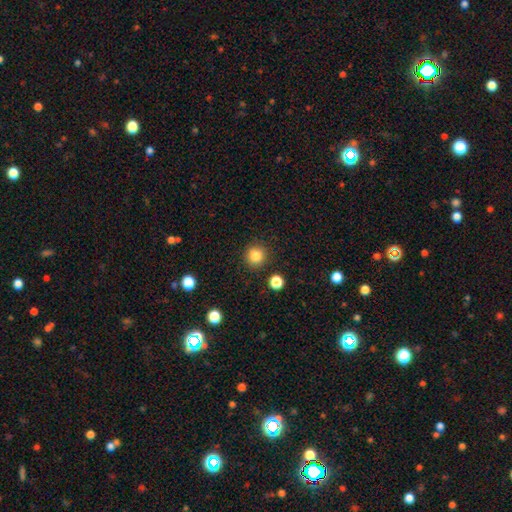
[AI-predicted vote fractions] smooth-or-featured: smooth: 84% | star or artifact: 11% | featured or disk: 4%
  how-rounded: round: 92% | in between: 7% | cigar-shaped: 1%
  merging: none: 90% | minor disturbance: 6% | major disturbance: 2% | merger: 2%